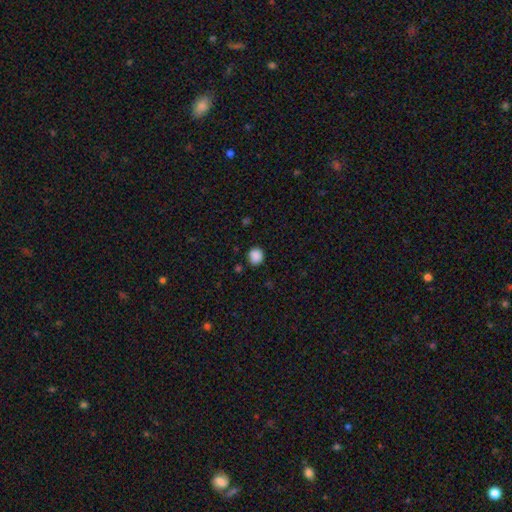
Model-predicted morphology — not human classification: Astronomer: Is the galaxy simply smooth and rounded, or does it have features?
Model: smooth — 87%.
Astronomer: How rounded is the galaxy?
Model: round — 83%.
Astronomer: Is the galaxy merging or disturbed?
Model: none — 86%.